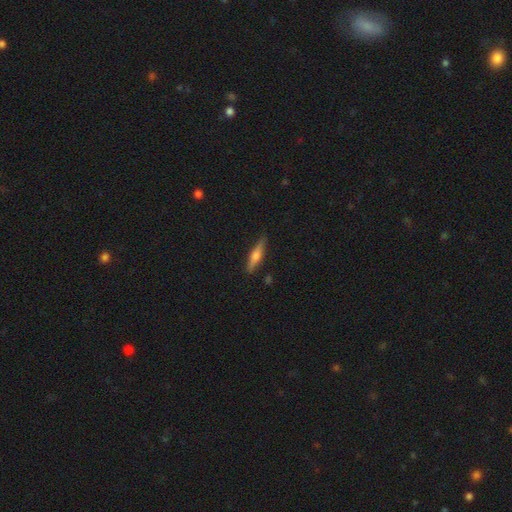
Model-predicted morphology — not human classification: Smooth or featured?
  - smooth: 48% *
  - featured or disk: 45%
  - star or artifact: 6%
Merging?
  - none: 87% *
  - minor disturbance: 10%
  - major disturbance: 2%
  - merger: 1%